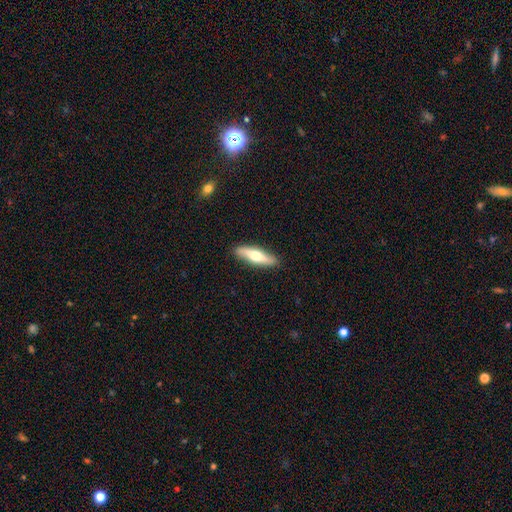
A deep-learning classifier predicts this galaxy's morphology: Smooth or featured: smooth — 51% (featured or disk — 44%)
How rounded: cigar-shaped — 70% (in between — 28%)
Merging: none — 88% (minor disturbance — 9%)